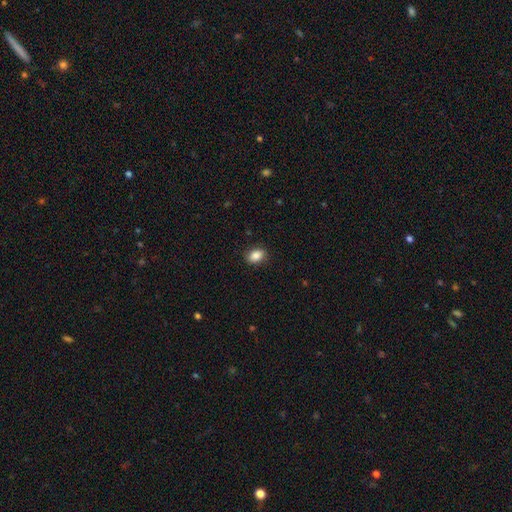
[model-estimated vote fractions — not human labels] Smooth or featured? smooth (88%)
How rounded? in between (76%)
Merging? none (88%)